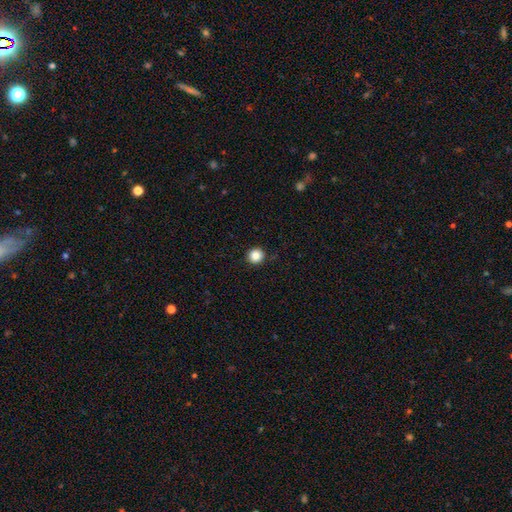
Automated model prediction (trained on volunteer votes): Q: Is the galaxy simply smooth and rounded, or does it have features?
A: smooth — 86%.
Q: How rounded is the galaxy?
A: round — 94%.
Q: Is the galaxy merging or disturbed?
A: none — 92%.